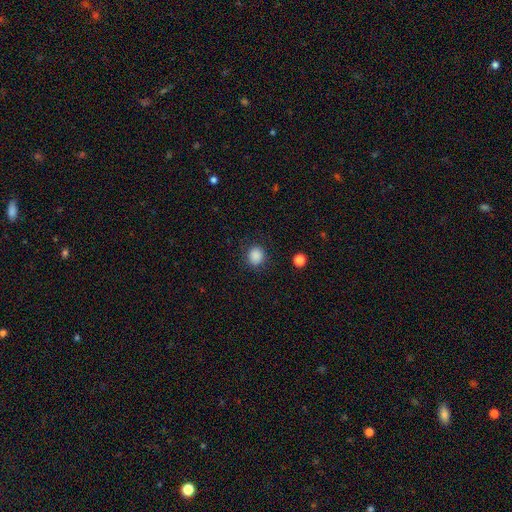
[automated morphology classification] This appears to be a smooth galaxy with no disk features (87%) that is round (83%). Merging: none (87%).